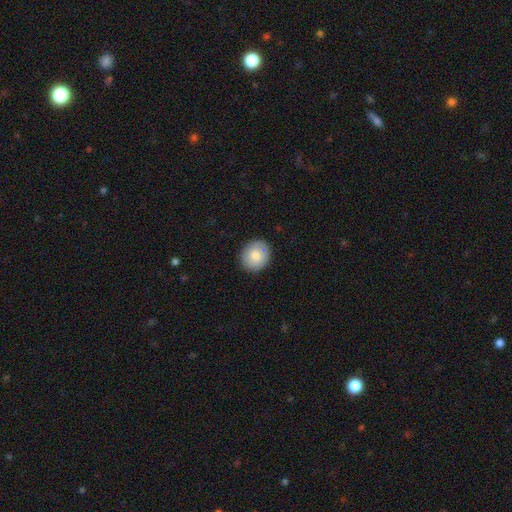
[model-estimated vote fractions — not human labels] Morphology: type=smooth (81%); roundness=round (83%); merging=none (88%).